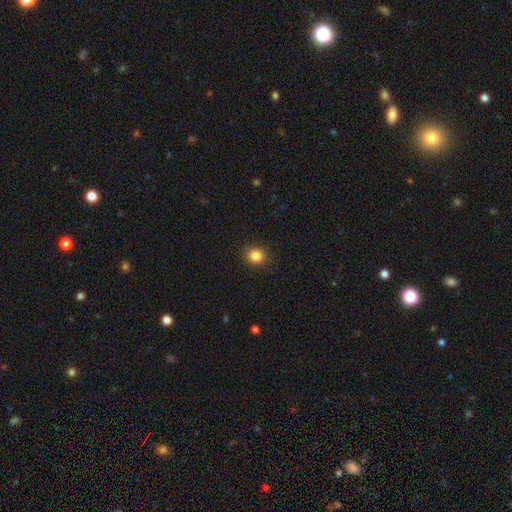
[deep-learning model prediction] Q: Smooth or featured?
A: smooth (85%); runner-up: star or artifact (11%)
Q: How rounded?
A: round (81%); runner-up: in between (18%)
Q: Merging?
A: none (90%); runner-up: minor disturbance (7%)